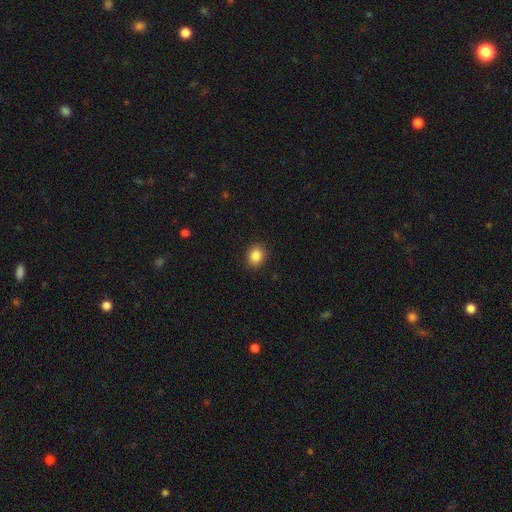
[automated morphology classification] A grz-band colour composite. It shows a smooth galaxy with no disk features (86%) that is round (64%). Merging: none (90%).